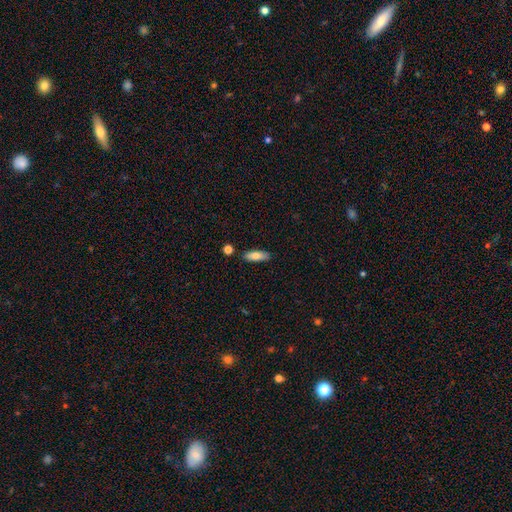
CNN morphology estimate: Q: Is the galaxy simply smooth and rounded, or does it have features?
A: smooth — 79%.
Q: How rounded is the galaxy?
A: in between — 63%.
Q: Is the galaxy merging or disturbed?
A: none — 85%.